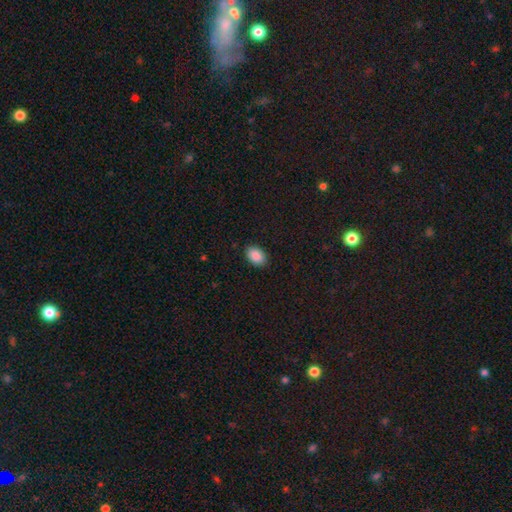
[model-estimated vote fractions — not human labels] A smooth galaxy with no disk features (89%) that is in between round and cigar-shaped (85%). Merging: none (89%).